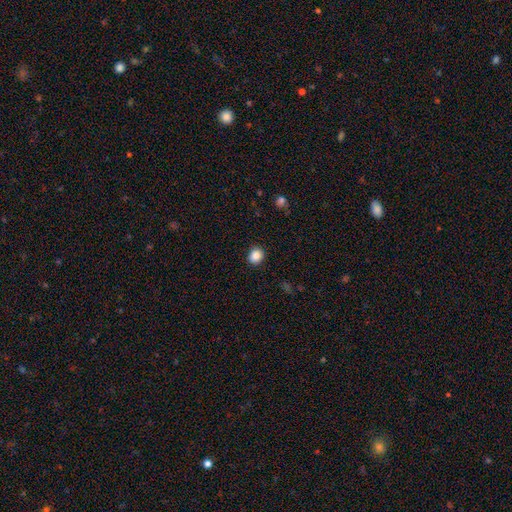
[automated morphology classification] Overall: smooth (87%). How rounded: round (76%). Merging: none (90%).